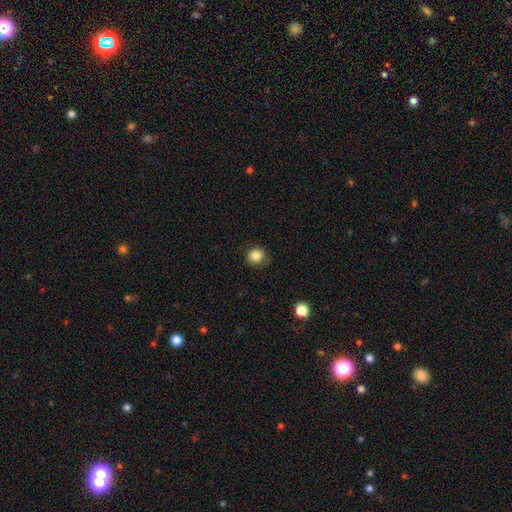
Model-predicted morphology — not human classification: smooth_or_featured: smooth (p=0.84) [alt: star or artifact p=0.11]
how_rounded: round (p=0.87) [alt: in between p=0.12]
merging: none (p=0.82) [alt: minor disturbance p=0.14]